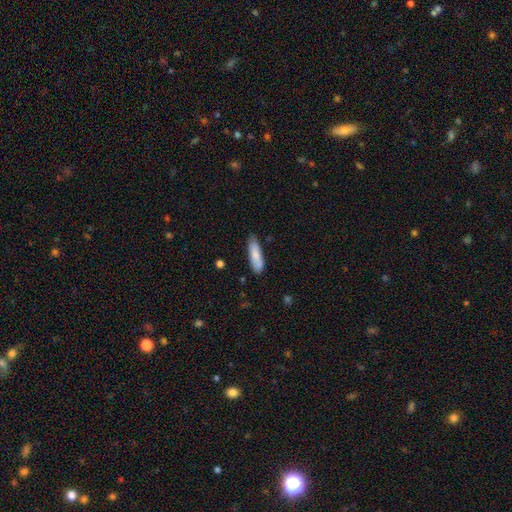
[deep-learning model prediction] This is clearly a smooth galaxy (82%). How rounded: possibly cigar-shaped (55%). Merging: likely none (74%).